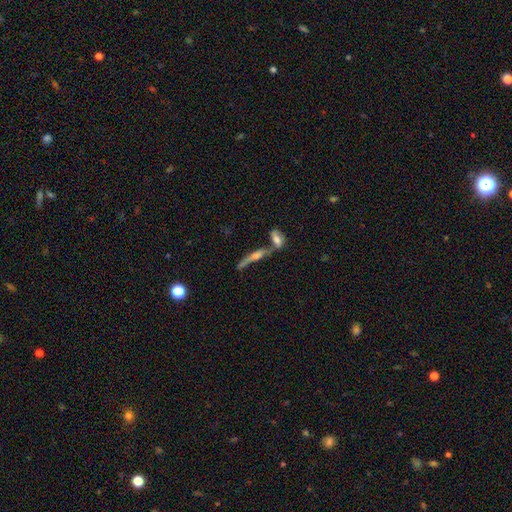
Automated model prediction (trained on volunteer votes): smooth-or-featured: featured or disk: 67% | smooth: 23% | star or artifact: 10%
  disk-edge-on: yes: 90% | no: 10%
    edge-on-bulge: rounded: 84% | none: 8% | boxy: 7%
  merging: none: 52% | merger: 30% | minor disturbance: 11% | major disturbance: 6%